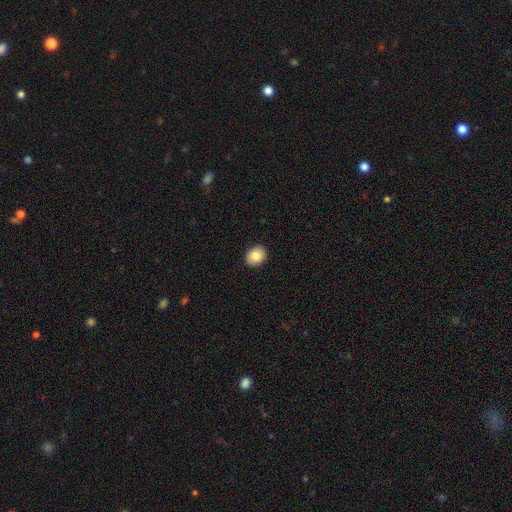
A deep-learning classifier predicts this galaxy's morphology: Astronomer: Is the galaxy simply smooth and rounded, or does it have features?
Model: smooth — 83%.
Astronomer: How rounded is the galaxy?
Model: round — 55% (runner-up: in between, 44%).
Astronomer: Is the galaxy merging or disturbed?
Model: none — 91%.